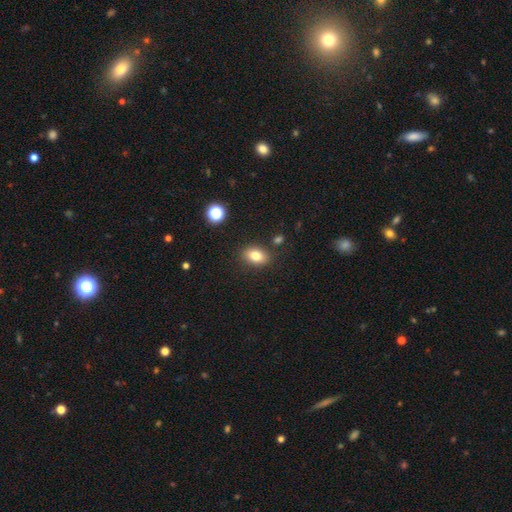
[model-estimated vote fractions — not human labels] A smooth galaxy with no disk features (80%) that is in between round and cigar-shaped (80%). Merging: none (84%).